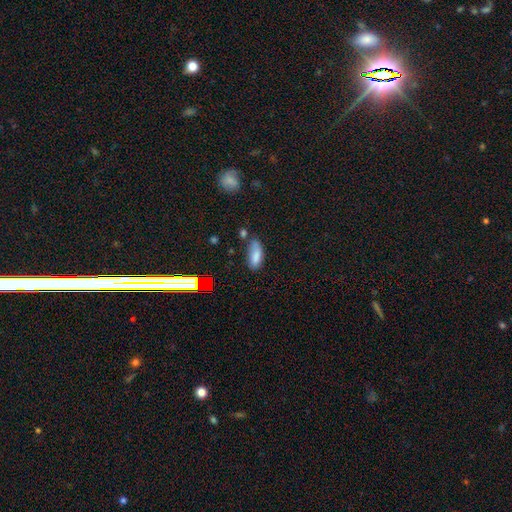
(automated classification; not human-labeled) smooth_or_featured: smooth (p=0.79) [alt: star or artifact p=0.11]
how_rounded: in between (p=0.81) [alt: cigar-shaped p=0.17]
merging: none (p=0.55) [alt: minor disturbance p=0.26]